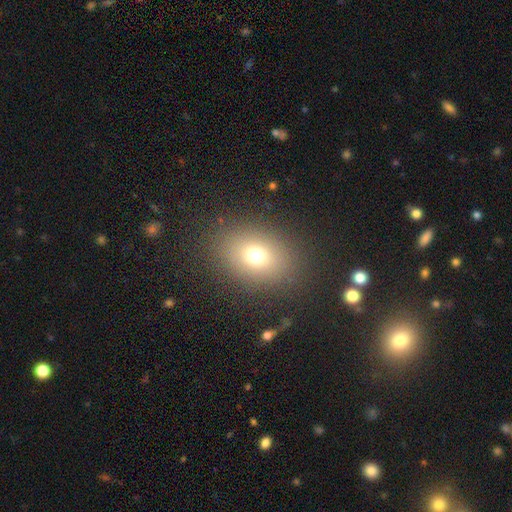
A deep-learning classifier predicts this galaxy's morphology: Smooth or featured?
  - smooth: 71% *
  - star or artifact: 17%
  - featured or disk: 12%
How rounded?
  - in between: 60% *
  - round: 39%
  - cigar-shaped: 1%
Merging?
  - none: 85% *
  - minor disturbance: 8%
  - major disturbance: 5%
  - merger: 1%